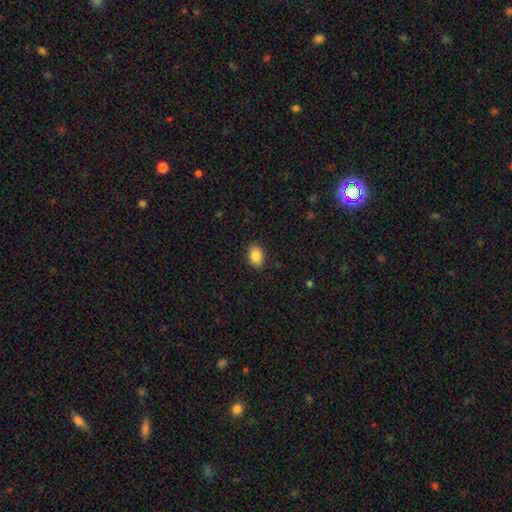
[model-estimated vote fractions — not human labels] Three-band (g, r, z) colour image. It shows a smooth galaxy with no disk features (87%) that is in between round and cigar-shaped (85%). Merging: none (89%).